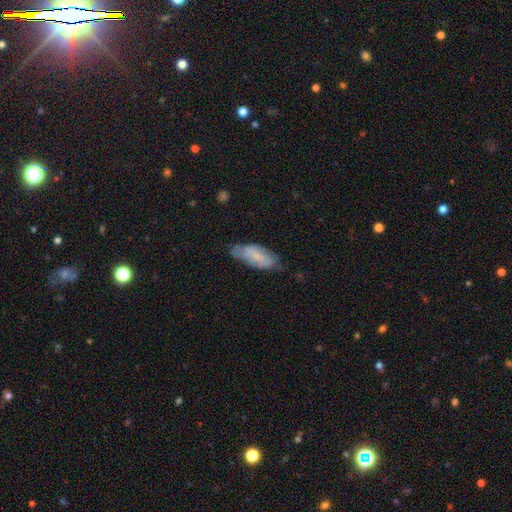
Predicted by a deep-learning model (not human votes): Morphology: type=smooth (61%); roundness=in between (80%); merging=none (55%).